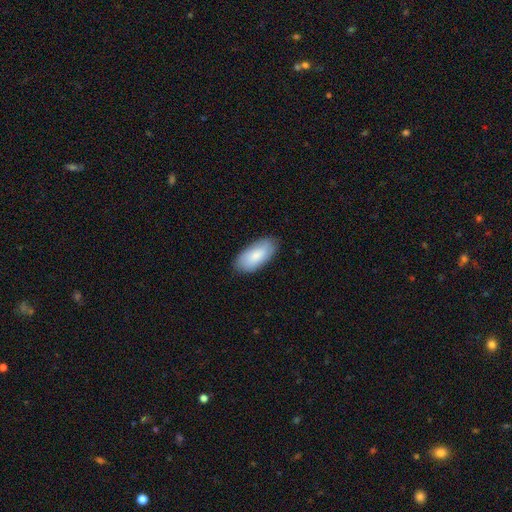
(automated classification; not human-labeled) A smooth galaxy with no disk features (84%) that is in between round and cigar-shaped (93%). Merging: none (84%).